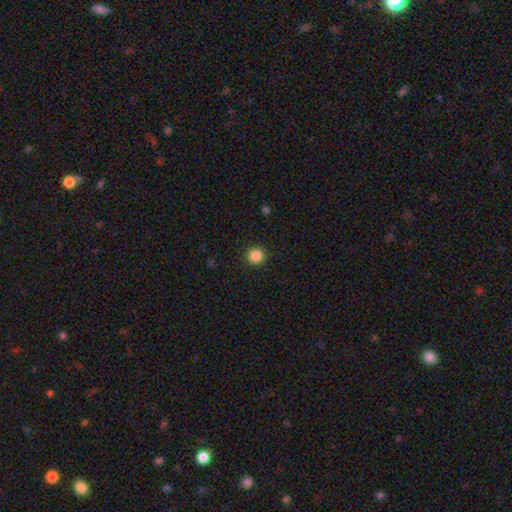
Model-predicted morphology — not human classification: Smooth or featured?
  - smooth: 86% *
  - star or artifact: 11%
  - featured or disk: 3%
How rounded?
  - round: 94% *
  - in between: 5%
  - cigar-shaped: 1%
Merging?
  - none: 92% *
  - minor disturbance: 5%
  - major disturbance: 2%
  - merger: 1%